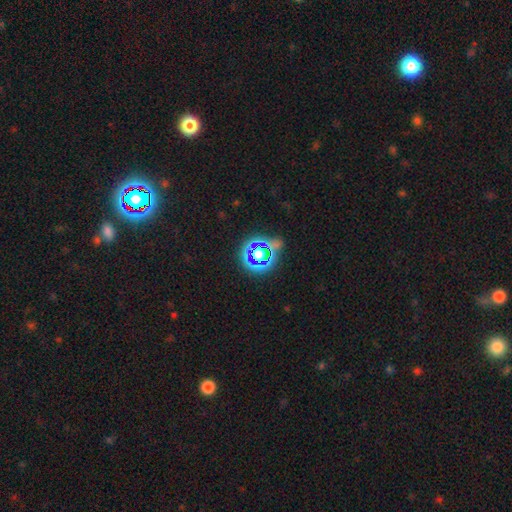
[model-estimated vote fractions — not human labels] Smooth or featured?
  - star or artifact: 59% *
  - smooth: 27%
  - featured or disk: 14%